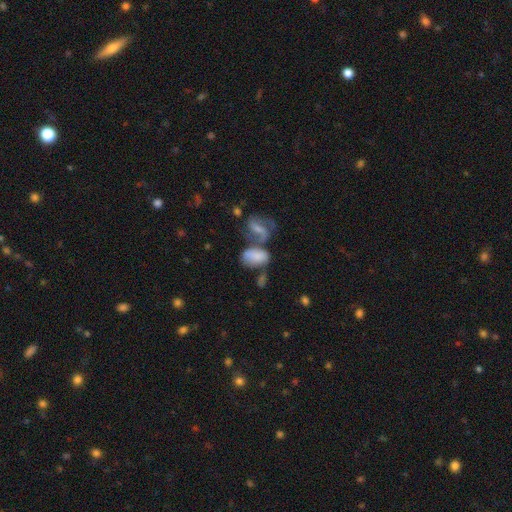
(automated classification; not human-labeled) Morphology: type=smooth (65%); roundness=in between (89%); merging=merger (50%).